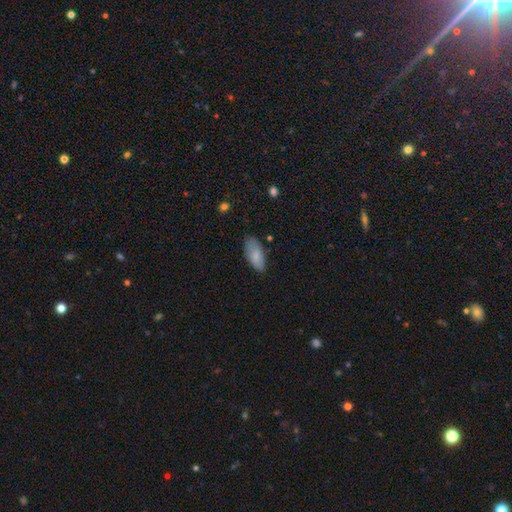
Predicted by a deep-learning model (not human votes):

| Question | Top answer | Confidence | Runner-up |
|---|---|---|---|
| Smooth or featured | smooth | 83% | featured or disk (11%) |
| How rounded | in between | 89% | cigar-shaped (10%) |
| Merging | none | 76% | minor disturbance (19%) |